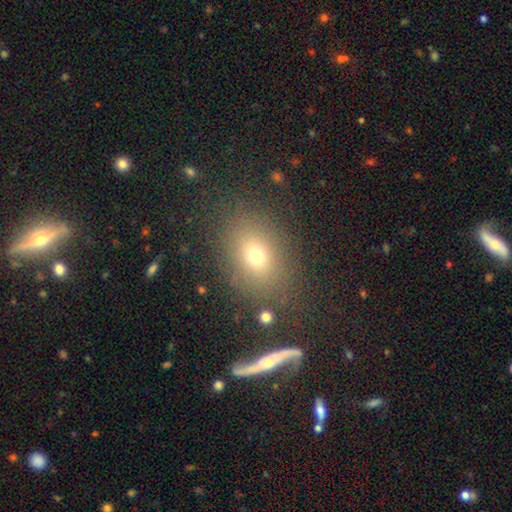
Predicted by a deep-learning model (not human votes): A smooth galaxy with no disk features (69%) that is in between round and cigar-shaped (60%). Merging: none (81%).